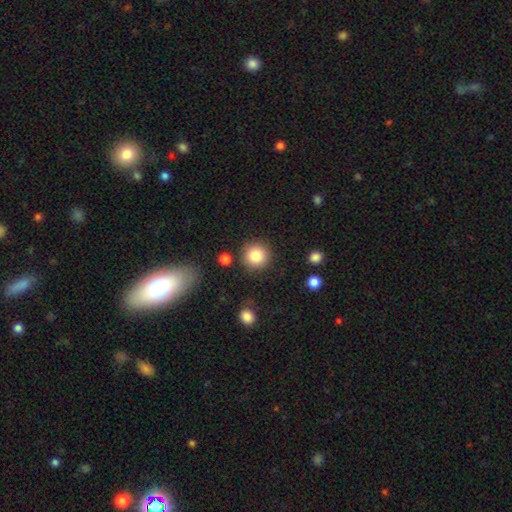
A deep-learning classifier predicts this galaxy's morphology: Smooth or featured? smooth (84%)
How rounded? round (94%)
Merging? none (87%)